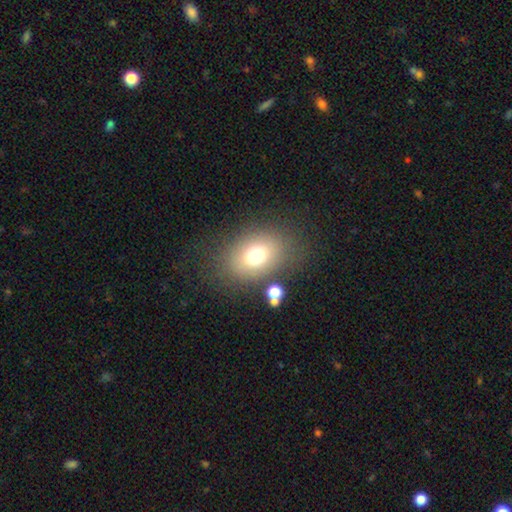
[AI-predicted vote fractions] This is likely a smooth galaxy (71%). How rounded: likely in between (63%). Merging: likely none (77%).